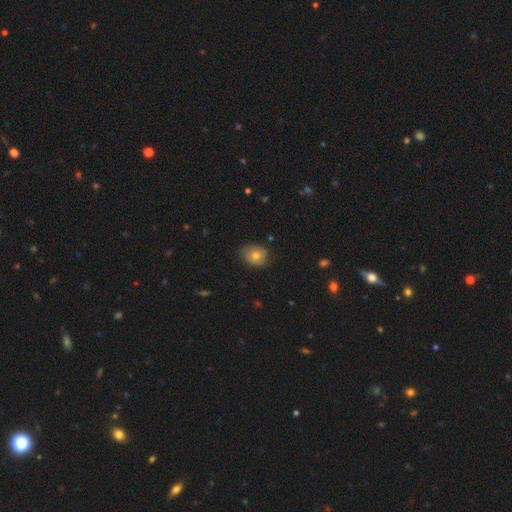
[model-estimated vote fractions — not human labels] Smooth or featured: smooth — 75% (featured or disk — 16%)
How rounded: round — 57% (in between — 42%)
Merging: none — 72% (minor disturbance — 23%)